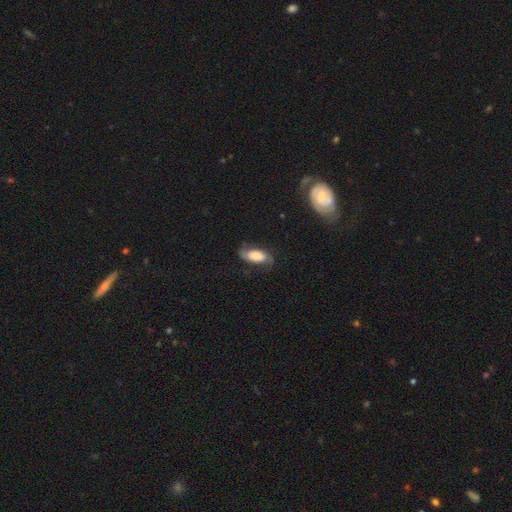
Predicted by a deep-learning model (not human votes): Overall: smooth (48%; featured or disk 44%). Merging: none (65%).